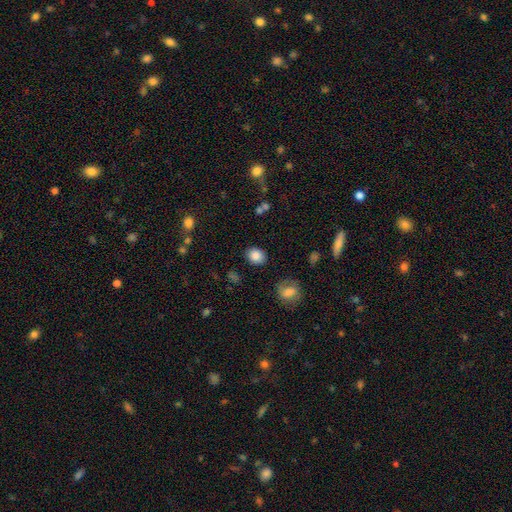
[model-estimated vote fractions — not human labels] This appears to be a smooth galaxy with no disk features (86%) that is in between round and cigar-shaped (50%). Merging: none (85%).